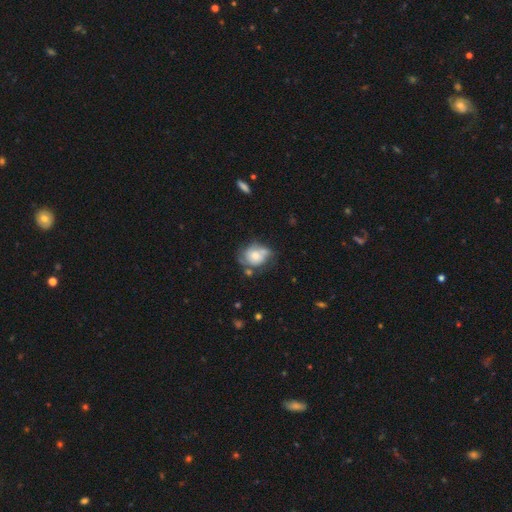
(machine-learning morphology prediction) This is possibly a smooth galaxy (47%). Merging: marginally none (43%).